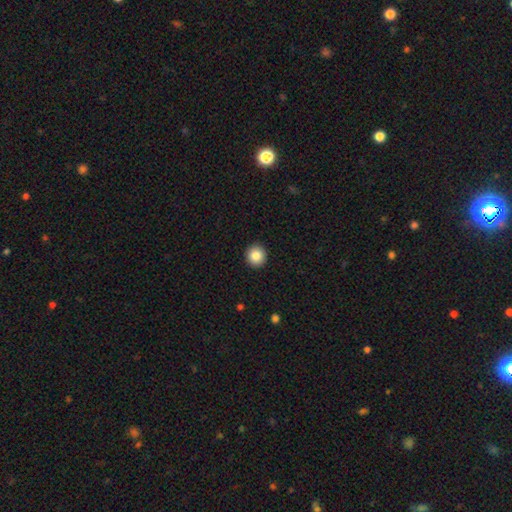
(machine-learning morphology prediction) This appears to be a smooth galaxy with no disk features (85%) that is round (94%). Merging: none (93%).